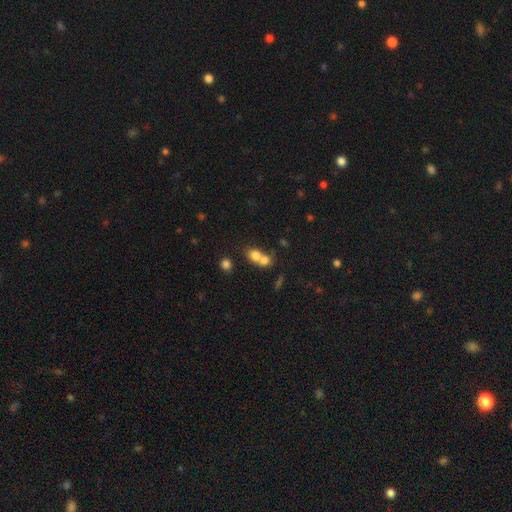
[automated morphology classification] type=smooth (74%); roundness=round (56%); merging=merger (65%).